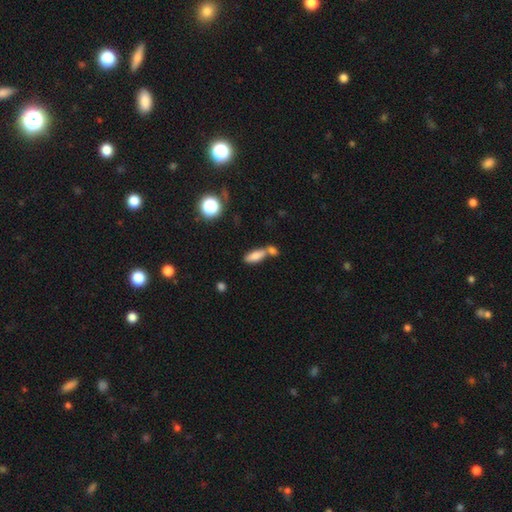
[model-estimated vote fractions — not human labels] A smooth galaxy with no disk features (76%) that is in between round and cigar-shaped (66%).

Vote fractions:
- Smooth or featured? smooth: 76% / featured or disk: 14% / star or artifact: 10%
- How rounded? in between: 66% / cigar-shaped: 30% / round: 4%
- Merging? merger: 44% / none: 41% / minor disturbance: 11% / major disturbance: 5%